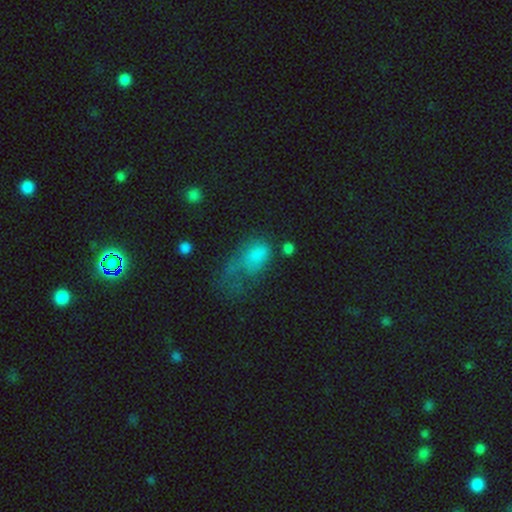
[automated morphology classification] Smooth or featured? Predicted: smooth (p=0.66). How rounded? Predicted: in between (p=0.84). Merging? Predicted: major disturbance (p=0.58).